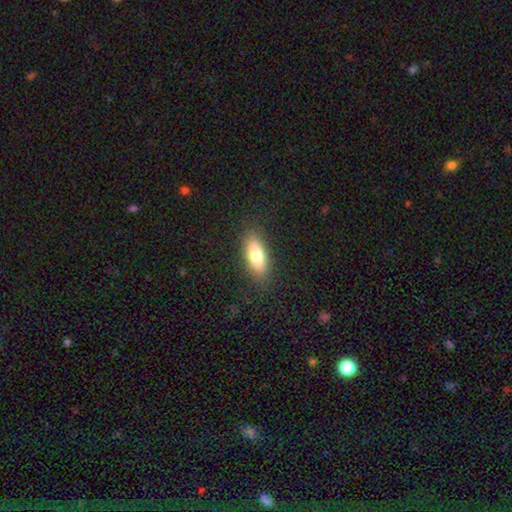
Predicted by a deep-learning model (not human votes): Overall: smooth (75%). How rounded: in between (72%). Merging: none (87%).